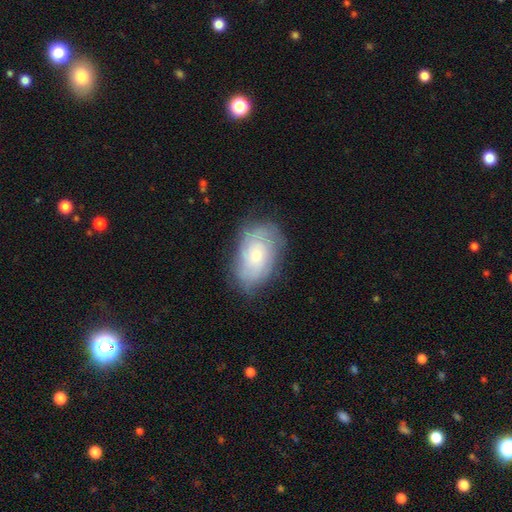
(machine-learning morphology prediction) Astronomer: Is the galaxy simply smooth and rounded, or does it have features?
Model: featured or disk — 60%.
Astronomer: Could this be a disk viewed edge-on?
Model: no — 96%.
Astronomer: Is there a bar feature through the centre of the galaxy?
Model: no — 77%.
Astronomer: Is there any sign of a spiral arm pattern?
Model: yes — 85%.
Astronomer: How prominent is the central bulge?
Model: small — 49% (runner-up: moderate, 40%).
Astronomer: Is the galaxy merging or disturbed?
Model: none — 70%.